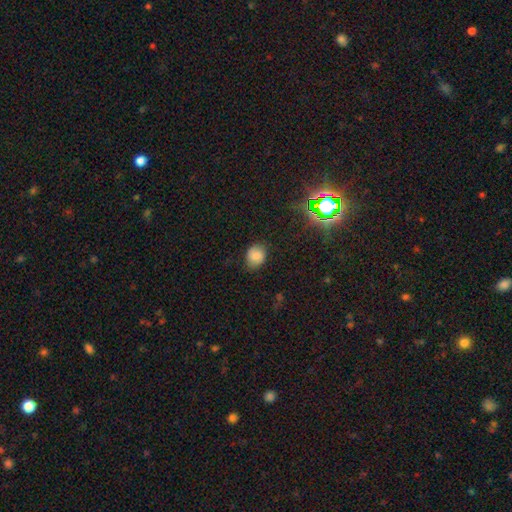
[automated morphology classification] Smooth or featured? Predicted: smooth (p=0.79). How rounded? Predicted: round (p=0.64). Merging? Predicted: none (p=0.73).